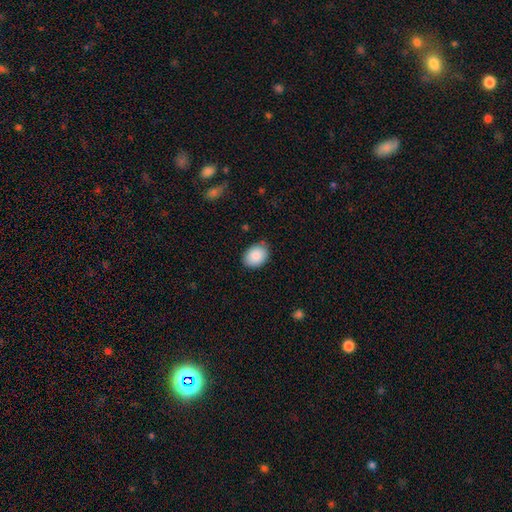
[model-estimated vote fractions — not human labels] Morphology: type=smooth (89%); roundness=in between (71%); merging=none (82%).